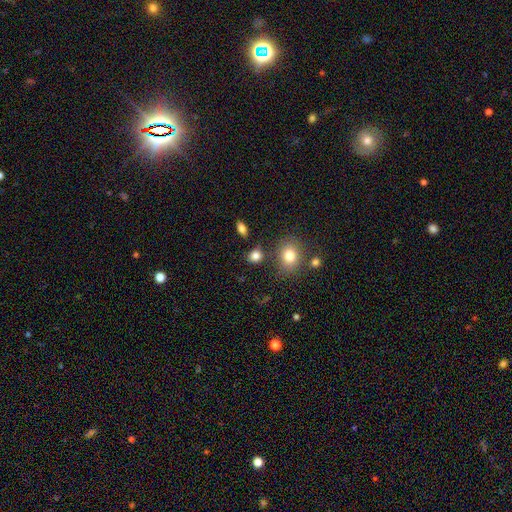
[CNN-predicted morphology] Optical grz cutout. It shows a smooth galaxy with no disk features (82%) that is round (65%). Merging: none (78%).